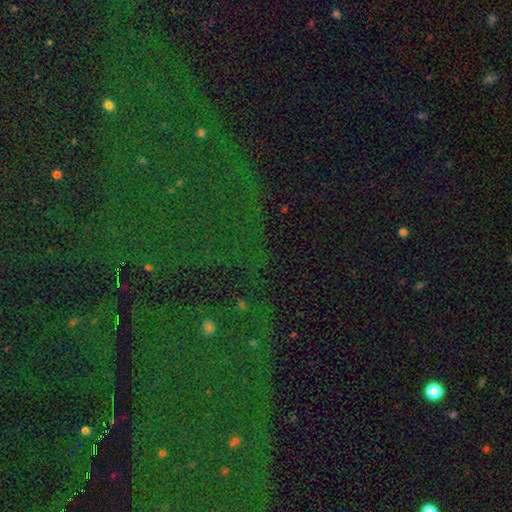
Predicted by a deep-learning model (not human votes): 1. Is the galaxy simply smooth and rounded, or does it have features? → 82% star or artifact, 10% smooth, 9% featured or disk.